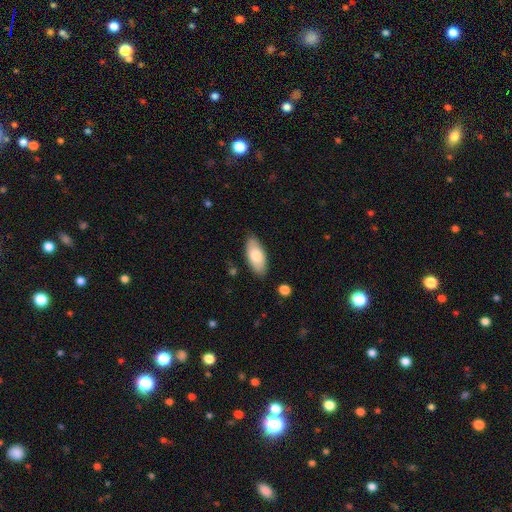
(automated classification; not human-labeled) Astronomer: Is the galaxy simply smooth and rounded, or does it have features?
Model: smooth — 79%.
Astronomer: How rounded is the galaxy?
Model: in between — 88%.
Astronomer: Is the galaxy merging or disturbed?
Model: none — 85%.